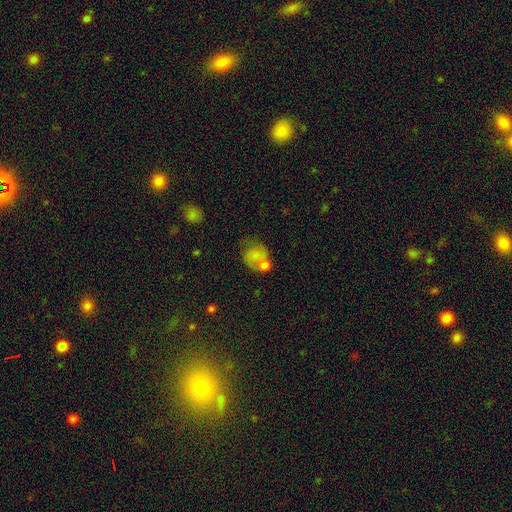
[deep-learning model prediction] The model was most divided on "merging": merger: 35%, none: 31%, minor disturbance: 19%, major disturbance: 15%. More confident: smooth or featured — smooth (69%); how rounded — round (55%).